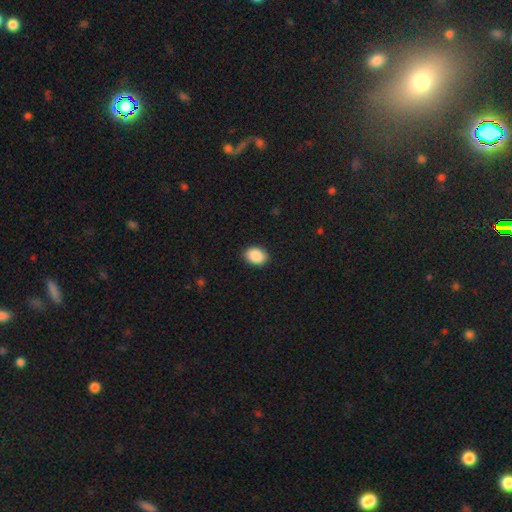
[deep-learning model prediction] smooth_or_featured: smooth (p=0.90) [alt: star or artifact p=0.07]
how_rounded: in between (p=0.77) [alt: round p=0.22]
merging: none (p=0.89) [alt: minor disturbance p=0.08]